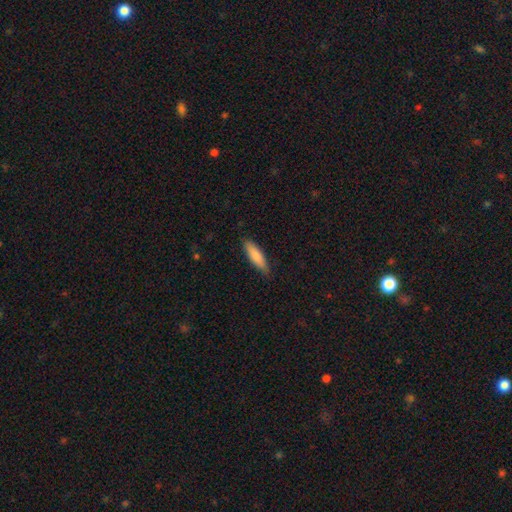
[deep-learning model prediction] smooth 83%, featured or disk 12%, star or artifact 5%. Down the decision tree: how rounded — cigar-shaped (62%); merging — none (84%).